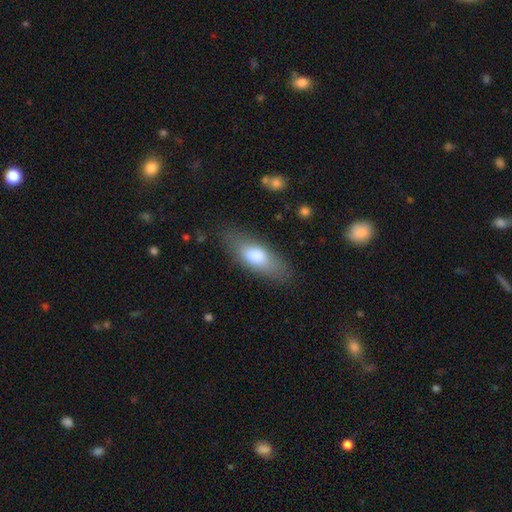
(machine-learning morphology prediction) This appears to be a smooth galaxy with no disk features (74%) that is in between round and cigar-shaped (74%). Merging: none (80%).